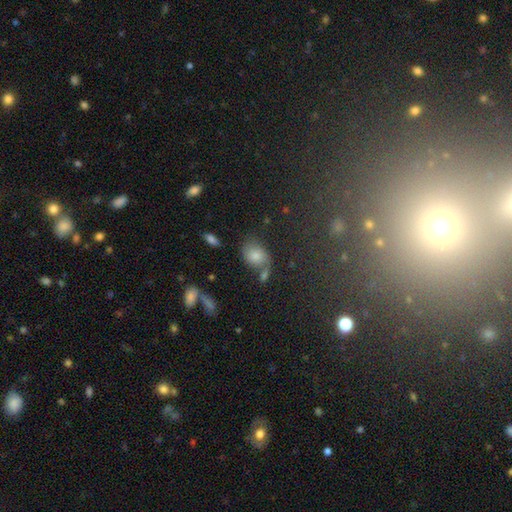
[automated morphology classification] This appears to be a smooth galaxy with no disk features (73%) that is in between round and cigar-shaped (68%). Merging: none (48%).